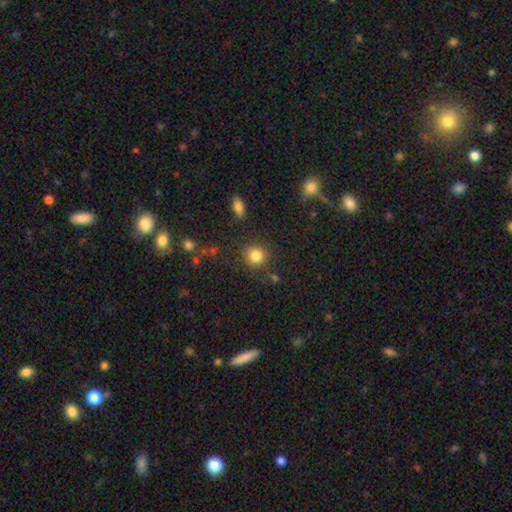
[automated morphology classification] Overall: smooth (84%). How rounded: round (89%). Merging: none (84%).